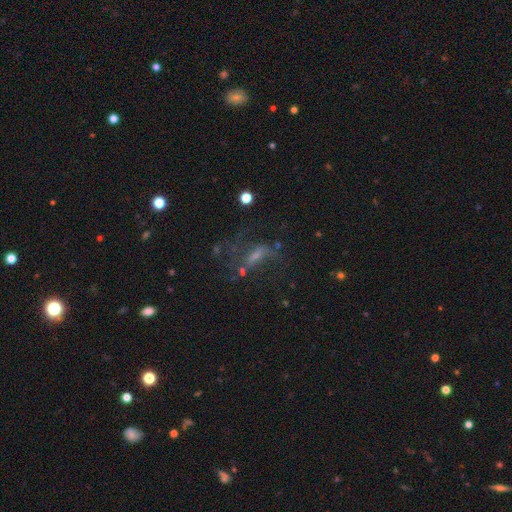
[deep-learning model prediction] smooth_or_featured: featured or disk (p=0.51) [alt: smooth p=0.28]
disk_edge_on: no (p=0.87) [alt: yes p=0.13]
merging: none (p=0.43) [alt: major disturbance p=0.33]